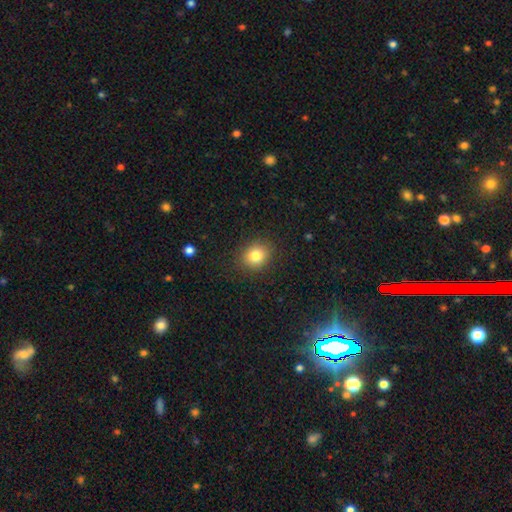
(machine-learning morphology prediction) This appears to be a smooth galaxy with no disk features (81%) that is round (71%). Merging: none (88%).